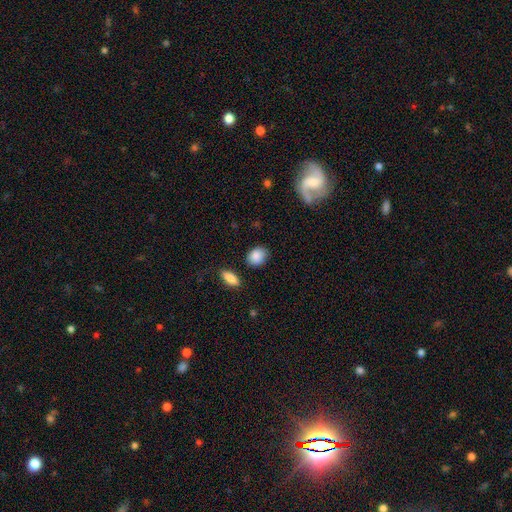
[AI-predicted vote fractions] Smooth or featured?
  - smooth: 87% *
  - star or artifact: 7%
  - featured or disk: 6%
How rounded?
  - in between: 55% *
  - round: 43%
  - cigar-shaped: 2%
Merging?
  - none: 81% *
  - minor disturbance: 13%
  - merger: 3%
  - major disturbance: 3%